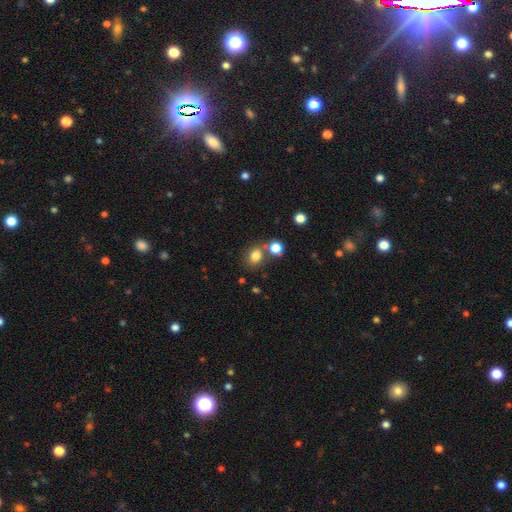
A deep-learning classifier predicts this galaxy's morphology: A smooth galaxy with no disk features (80%) that is round (55%). Merging: none (59%).